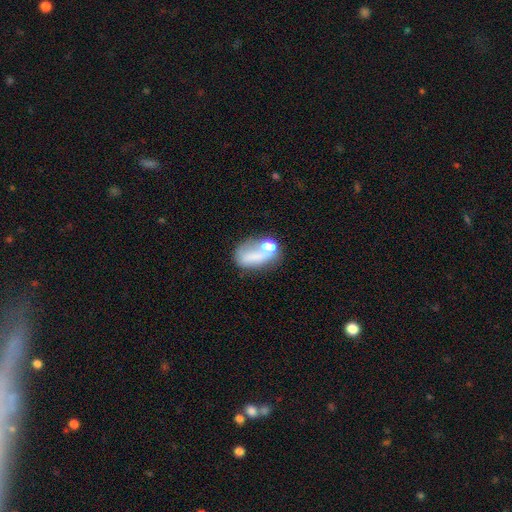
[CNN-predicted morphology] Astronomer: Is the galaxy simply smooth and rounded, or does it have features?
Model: smooth — 58%.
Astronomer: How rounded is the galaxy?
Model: in between — 79%.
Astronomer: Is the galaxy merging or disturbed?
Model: merger — 30% (runner-up: none, 27%).